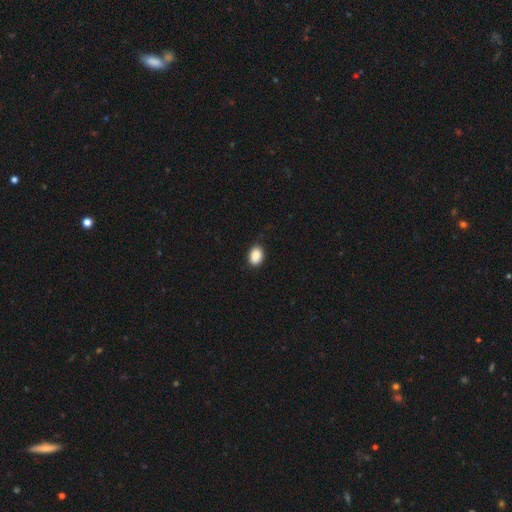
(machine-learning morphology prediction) Smooth or featured: smooth — 89% (star or artifact — 8%)
How rounded: in between — 77% (round — 22%)
Merging: none — 84% (minor disturbance — 13%)